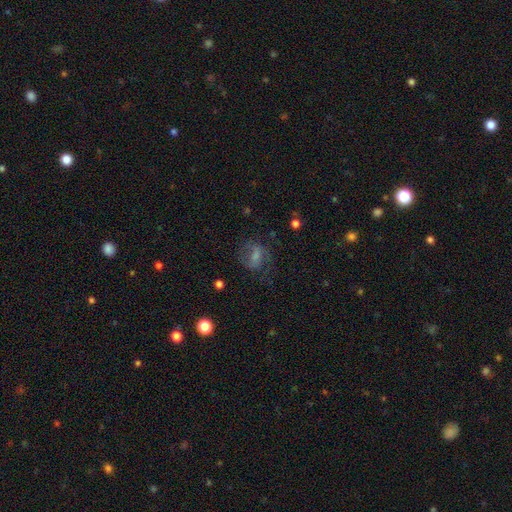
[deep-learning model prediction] smooth 40%, featured or disk 39%, star or artifact 21%. Down the decision tree: merging — none (61%).